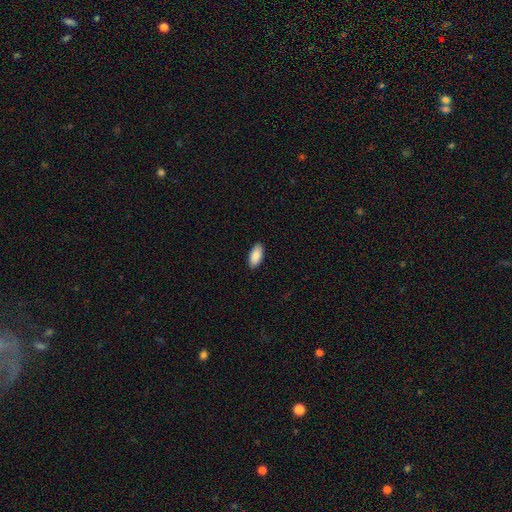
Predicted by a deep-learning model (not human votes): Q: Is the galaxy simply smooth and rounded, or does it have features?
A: smooth — 90%.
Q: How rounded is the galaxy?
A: in between — 91%.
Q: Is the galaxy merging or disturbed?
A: none — 90%.